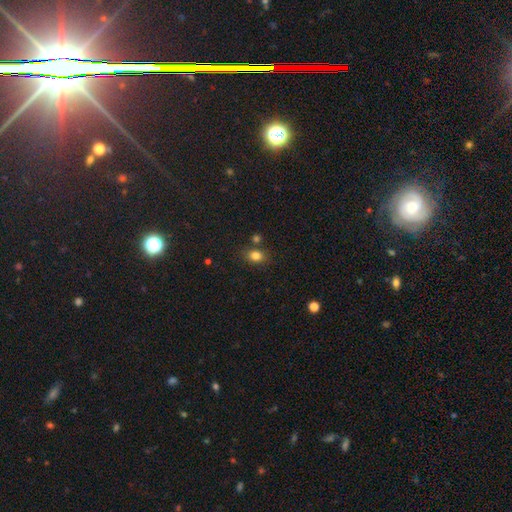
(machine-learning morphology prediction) smooth_or_featured: smooth (p=0.82) [alt: star or artifact p=0.12]
how_rounded: in between (p=0.63) [alt: round p=0.36]
merging: none (p=0.74) [alt: minor disturbance p=0.12]